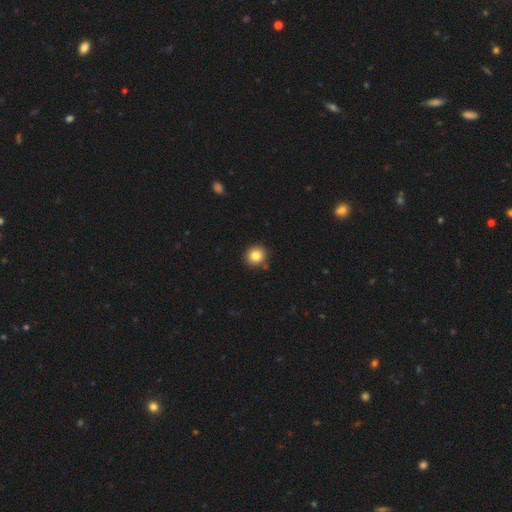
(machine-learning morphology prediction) Smooth or featured? Predicted: smooth (p=0.83). How rounded? Predicted: round (p=0.87). Merging? Predicted: none (p=0.88).